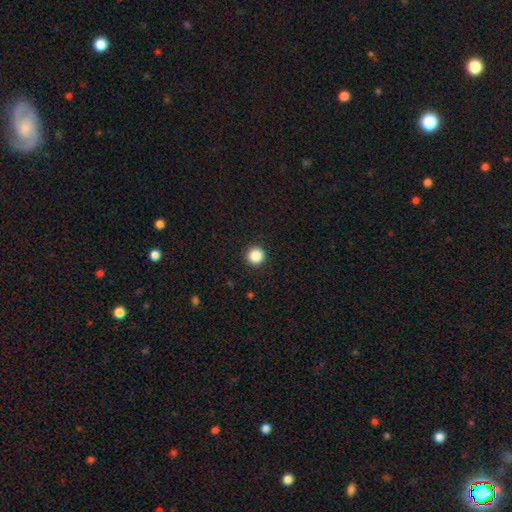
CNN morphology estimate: Q: Smooth or featured?
A: smooth (87%); runner-up: star or artifact (10%)
Q: How rounded?
A: round (95%); runner-up: in between (4%)
Q: Merging?
A: none (93%); runner-up: minor disturbance (5%)